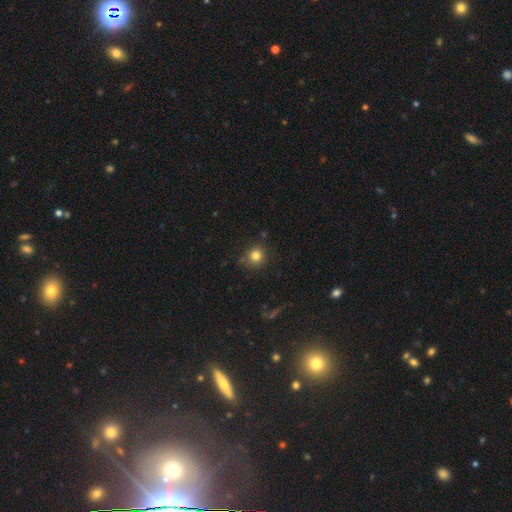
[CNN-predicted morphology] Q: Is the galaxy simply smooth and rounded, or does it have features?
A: smooth — 80%.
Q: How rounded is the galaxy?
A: round — 90%.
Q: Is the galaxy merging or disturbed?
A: none — 83%.